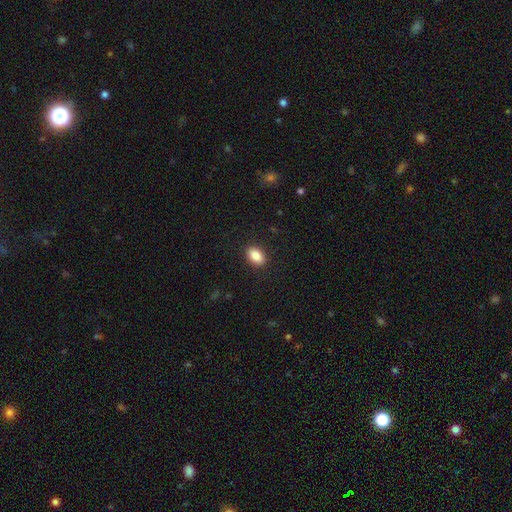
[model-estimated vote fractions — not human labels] Smooth or featured: smooth — 87% (star or artifact — 8%)
How rounded: in between — 86% (round — 12%)
Merging: none — 89% (minor disturbance — 8%)